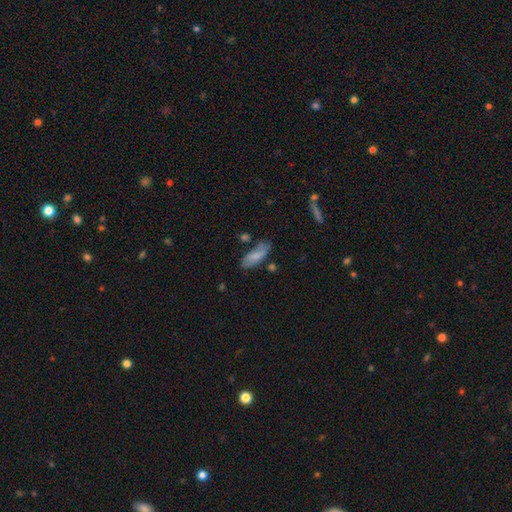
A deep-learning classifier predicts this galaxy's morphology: Smooth or featured?
  - smooth: 77% *
  - featured or disk: 16%
  - star or artifact: 7%
How rounded?
  - in between: 67% *
  - cigar-shaped: 31%
  - round: 2%
Merging?
  - none: 61% *
  - minor disturbance: 24%
  - merger: 7%
  - major disturbance: 7%